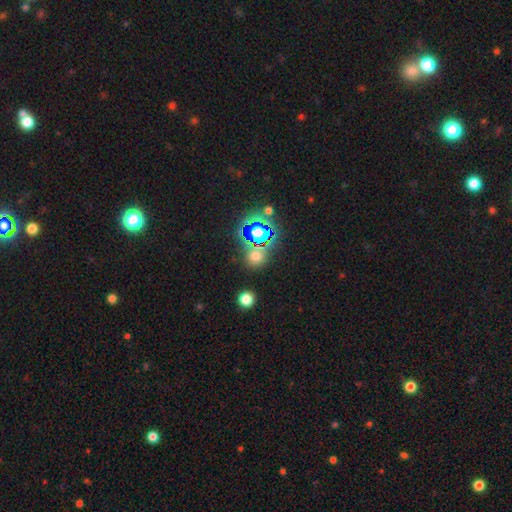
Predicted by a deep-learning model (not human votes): Overall: smooth (47%; star or artifact 44%). Merging: none (77%).